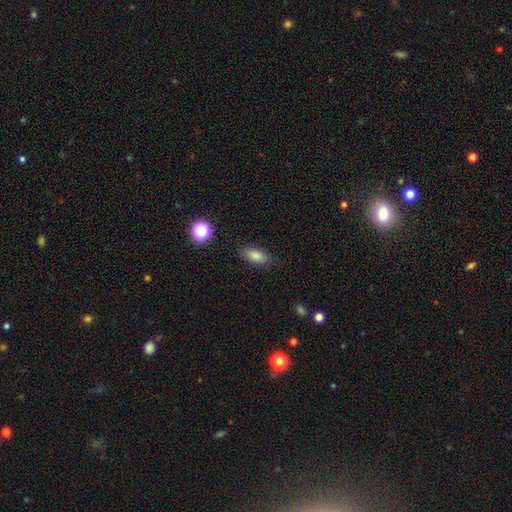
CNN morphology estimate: A smooth galaxy with no disk features (84%) that is in between round and cigar-shaped (87%).

Vote fractions:
- Smooth or featured? smooth: 84% / star or artifact: 9% / featured or disk: 7%
- How rounded? in between: 87% / cigar-shaped: 9% / round: 5%
- Merging? none: 85% / minor disturbance: 11% / major disturbance: 3% / merger: 1%